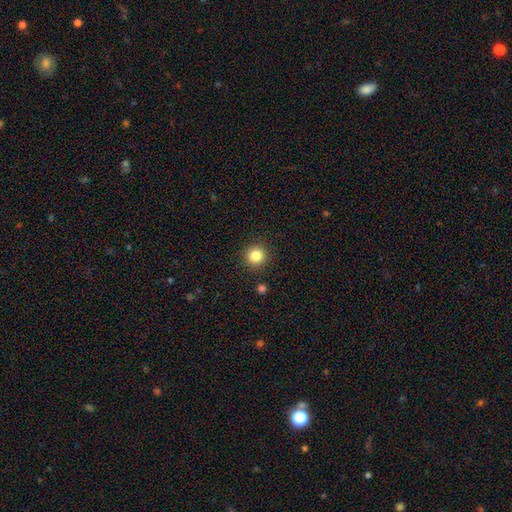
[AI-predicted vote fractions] Overall: smooth (83%). How rounded: round (94%). Merging: none (91%).